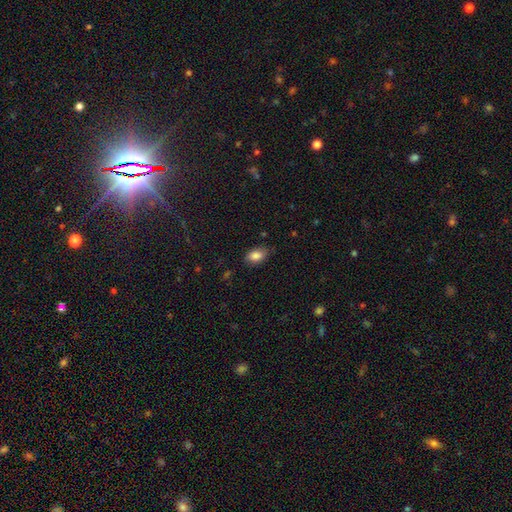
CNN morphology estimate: A smooth galaxy with no disk features (85%) that is in between round and cigar-shaped (88%).

Vote fractions:
- Smooth or featured? smooth: 85% / star or artifact: 8% / featured or disk: 7%
- How rounded? in between: 88% / round: 10% / cigar-shaped: 2%
- Merging? none: 77% / minor disturbance: 19% / major disturbance: 4% / merger: 1%